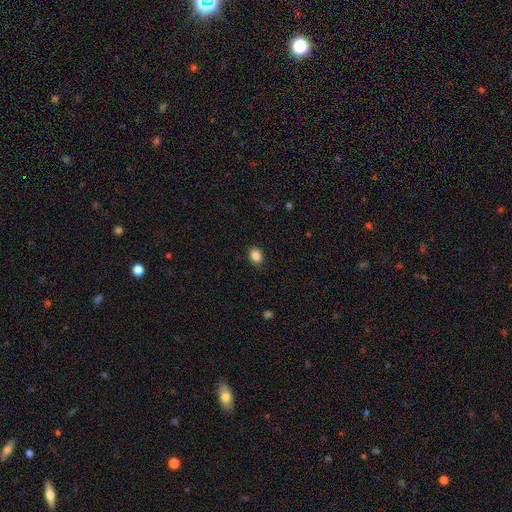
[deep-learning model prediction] Smooth or featured? Predicted: smooth (p=0.86). How rounded? Predicted: in between (p=0.65). Merging? Predicted: none (p=0.86).